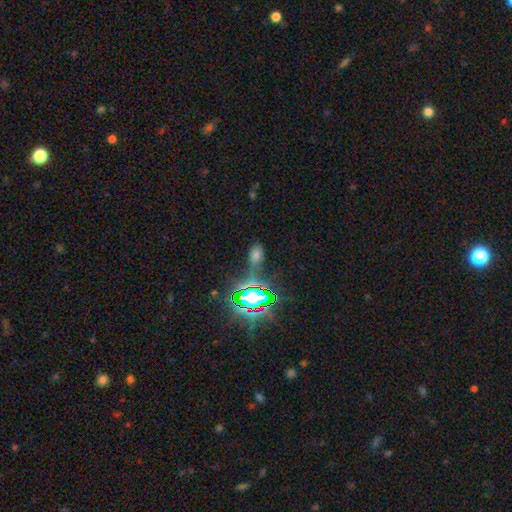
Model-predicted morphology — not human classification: Overall: star or artifact (51%; smooth 38%).